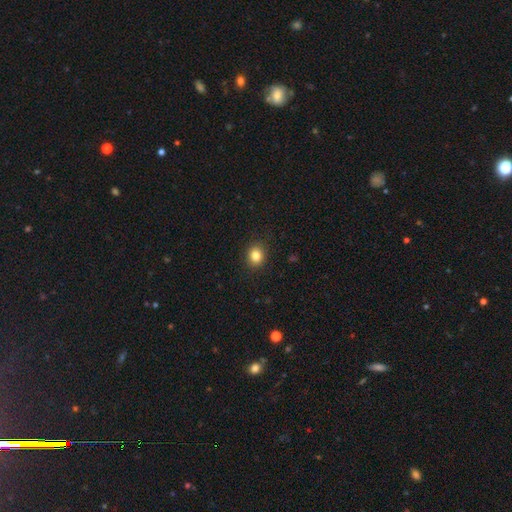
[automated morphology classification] smooth-or-featured: smooth: 83% | star or artifact: 11% | featured or disk: 6%
  how-rounded: round: 70% | in between: 29% | cigar-shaped: 1%
  merging: none: 90% | minor disturbance: 7% | major disturbance: 2% | merger: 1%